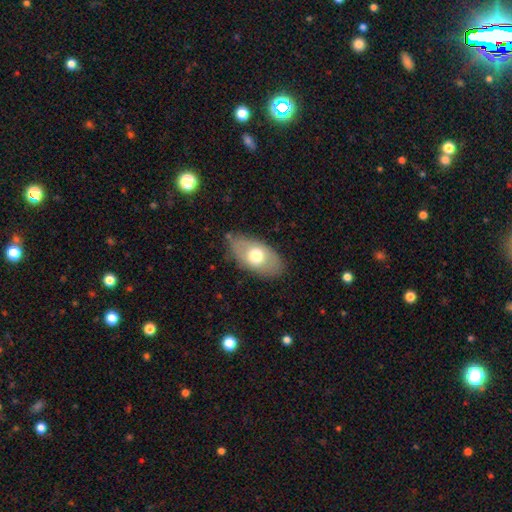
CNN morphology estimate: type=smooth (63%); roundness=in between (92%); merging=none (78%).